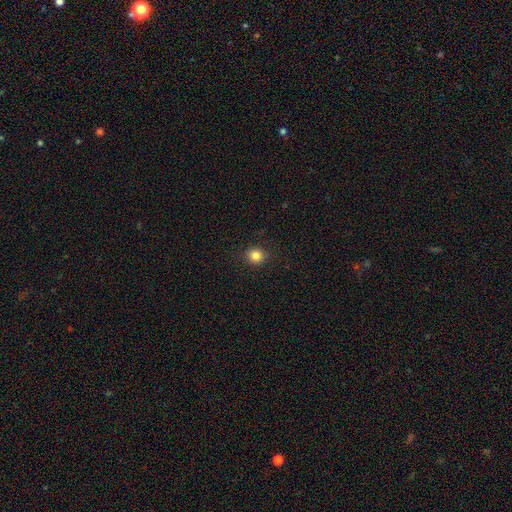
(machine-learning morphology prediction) Smooth or featured?
  - smooth: 83% *
  - star or artifact: 12%
  - featured or disk: 5%
How rounded?
  - round: 87% *
  - in between: 12%
  - cigar-shaped: 1%
Merging?
  - none: 90% *
  - minor disturbance: 7%
  - major disturbance: 2%
  - merger: 1%